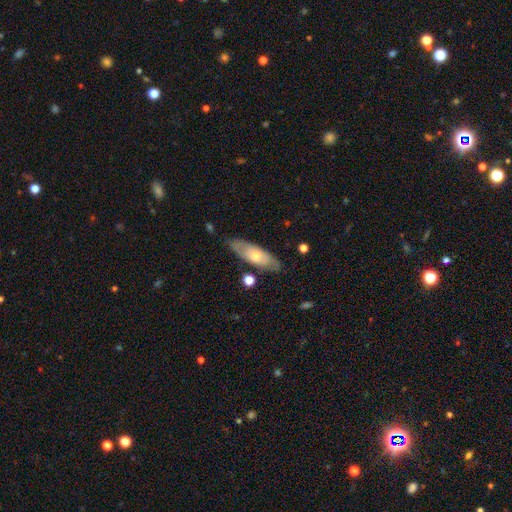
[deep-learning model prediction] A smooth galaxy with no disk features (51%) that is in between round and cigar-shaped (62%).

Vote fractions:
- Smooth or featured? smooth: 51% / featured or disk: 43% / star or artifact: 6%
- How rounded? in between: 62% / cigar-shaped: 36% / round: 2%
- Merging? none: 77% / minor disturbance: 16% / major disturbance: 4% / merger: 3%